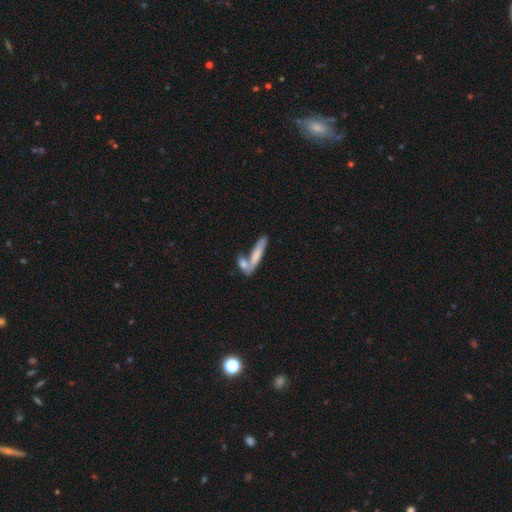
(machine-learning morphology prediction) This is likely a smooth galaxy (70%). How rounded: likely cigar-shaped (74%). Merging: possibly merger (46%).